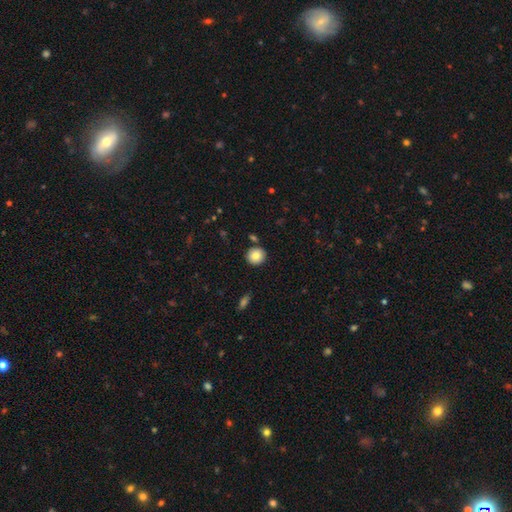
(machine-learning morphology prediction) A smooth galaxy with no disk features (83%) that is round (91%).

Vote fractions:
- Smooth or featured? smooth: 83% / featured or disk: 9% / star or artifact: 8%
- How rounded? round: 91% / in between: 8% / cigar-shaped: 1%
- Merging? none: 86% / minor disturbance: 7% / merger: 4% / major disturbance: 2%